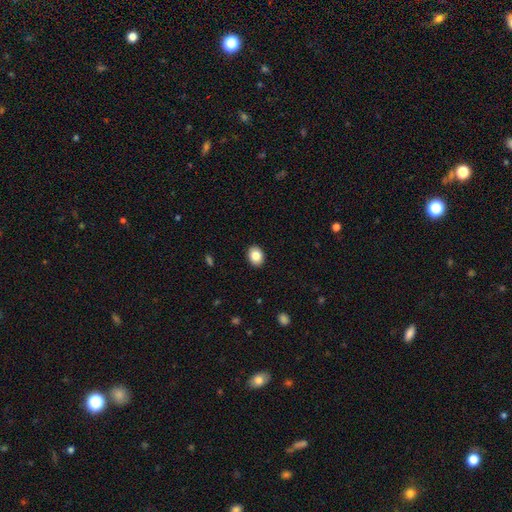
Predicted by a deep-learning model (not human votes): The model was most divided on "how rounded": in between: 62%, round: 37%, cigar-shaped: 1%. More confident: merging — none (91%); smooth or featured — smooth (86%).